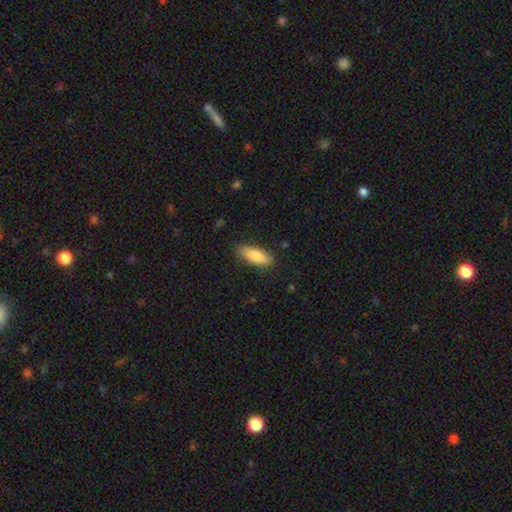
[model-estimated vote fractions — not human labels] smooth-or-featured: smooth: 85% | featured or disk: 9% | star or artifact: 6%
  how-rounded: in between: 66% | cigar-shaped: 32% | round: 2%
  merging: none: 85% | minor disturbance: 12% | major disturbance: 2% | merger: 1%